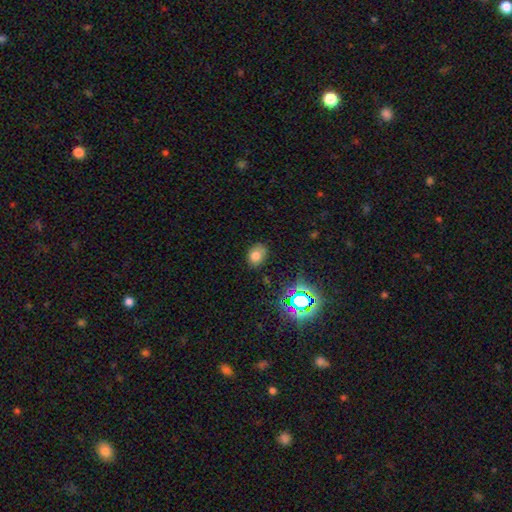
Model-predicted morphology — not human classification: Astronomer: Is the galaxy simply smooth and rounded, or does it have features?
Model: smooth — 74%.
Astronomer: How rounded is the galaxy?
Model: in between — 67%.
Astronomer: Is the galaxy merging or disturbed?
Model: none — 76%.